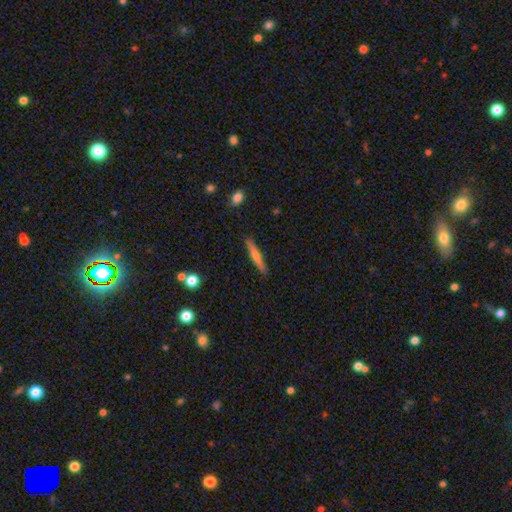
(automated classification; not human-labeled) A featured or disk galaxy (53%) viewed edge-on (96%) with a rounded central bulge (77%). Merging: none (90%).